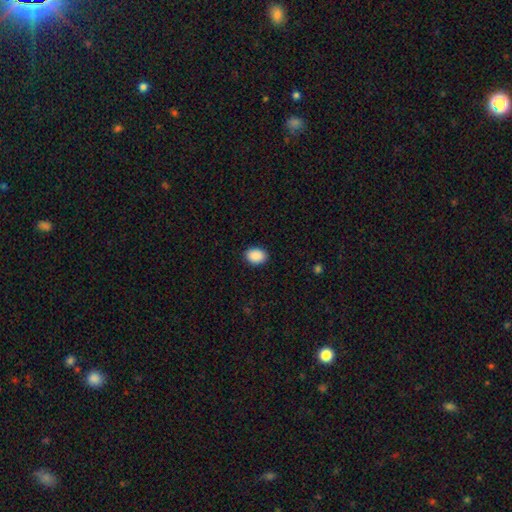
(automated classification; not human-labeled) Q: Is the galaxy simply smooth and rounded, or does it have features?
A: smooth — 91%.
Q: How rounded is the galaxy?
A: in between — 75%.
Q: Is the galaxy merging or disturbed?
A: none — 90%.